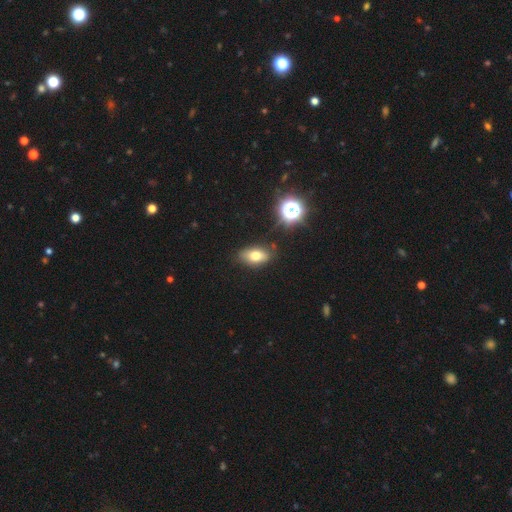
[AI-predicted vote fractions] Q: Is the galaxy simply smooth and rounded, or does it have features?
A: smooth — 71%.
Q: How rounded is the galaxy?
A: in between — 84%.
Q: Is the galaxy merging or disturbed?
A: none — 80%.